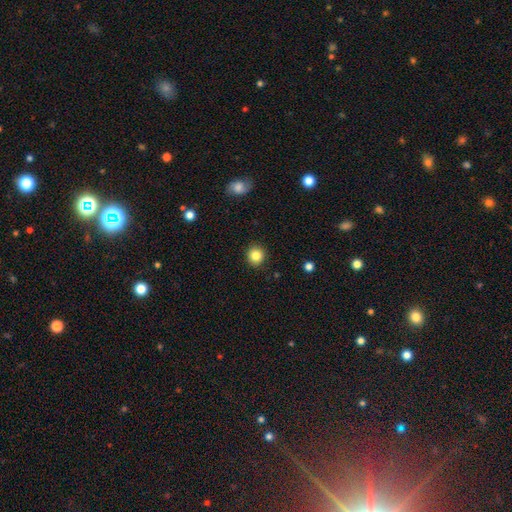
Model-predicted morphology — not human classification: A smooth galaxy with no disk features (84%) that is round (90%).

Vote fractions:
- Smooth or featured? smooth: 84% / star or artifact: 10% / featured or disk: 5%
- How rounded? round: 90% / in between: 9% / cigar-shaped: 1%
- Merging? none: 91% / minor disturbance: 6% / major disturbance: 2% / merger: 1%